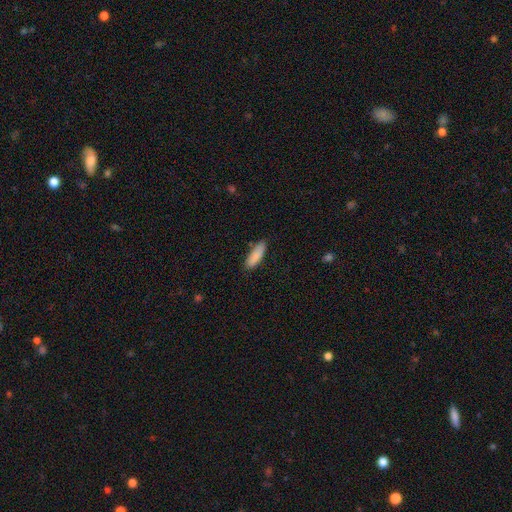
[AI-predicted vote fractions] A smooth galaxy with no disk features (87%) that is cigar-shaped (50%). Merging: none (82%).